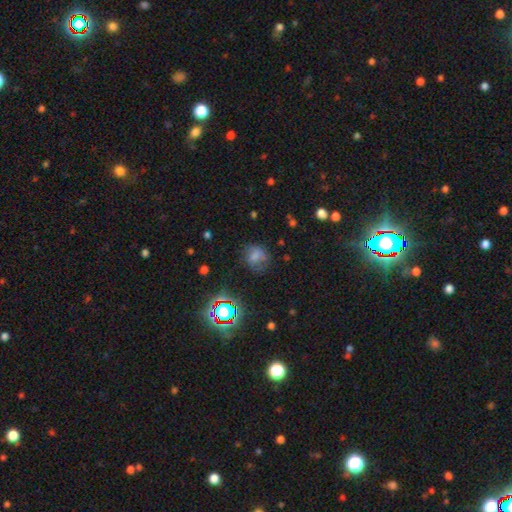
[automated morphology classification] This appears to be a smooth galaxy with no disk features (62%) that is round (62%). Merging: none (59%).